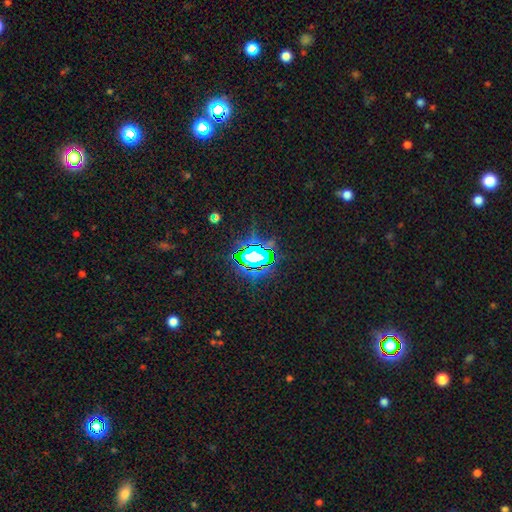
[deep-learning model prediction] Overall: star or artifact (73%).